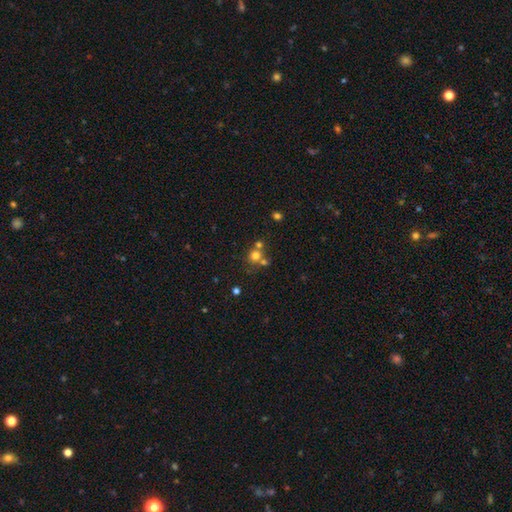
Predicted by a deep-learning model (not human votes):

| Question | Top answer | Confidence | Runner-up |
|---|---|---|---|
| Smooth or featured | smooth | 70% | star or artifact (18%) |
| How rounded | round | 87% | in between (12%) |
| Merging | none | 51% | merger (37%) |